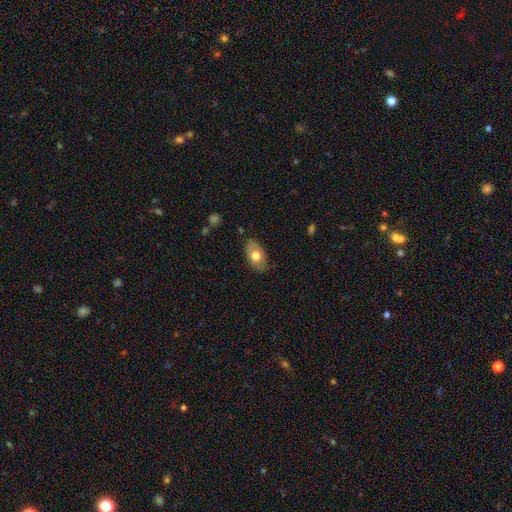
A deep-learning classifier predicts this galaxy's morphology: smooth_or_featured: smooth (p=0.69) [alt: featured or disk p=0.24]
how_rounded: in between (p=0.91) [alt: round p=0.07]
merging: none (p=0.75) [alt: minor disturbance p=0.20]